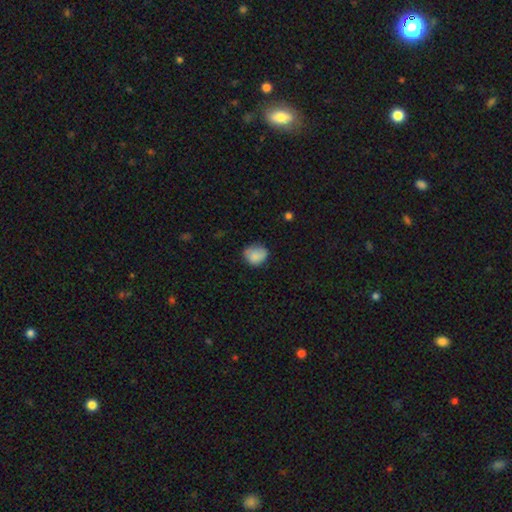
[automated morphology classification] Q: Smooth or featured?
A: smooth (83%); runner-up: featured or disk (9%)
Q: How rounded?
A: round (72%); runner-up: in between (27%)
Q: Merging?
A: none (64%); runner-up: minor disturbance (28%)